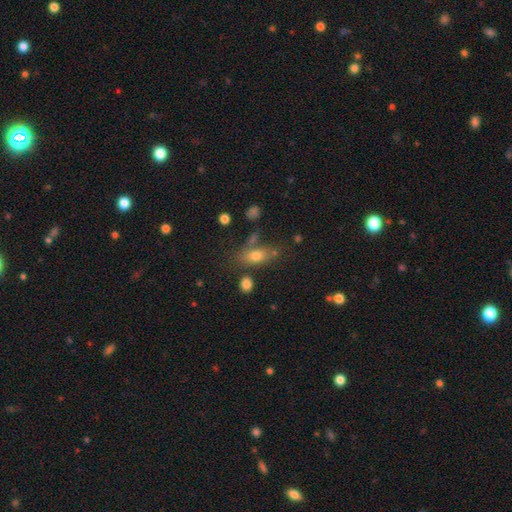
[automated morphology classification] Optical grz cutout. It shows a smooth galaxy with no disk features (74%) that is in between round and cigar-shaped (79%). Merging: none (62%).